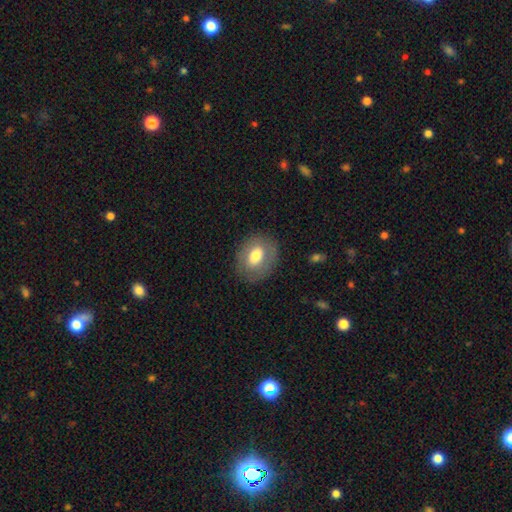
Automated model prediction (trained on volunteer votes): Q: Smooth or featured?
A: smooth (66%); runner-up: featured or disk (26%)
Q: How rounded?
A: in between (58%); runner-up: round (40%)
Q: Merging?
A: none (81%); runner-up: minor disturbance (12%)